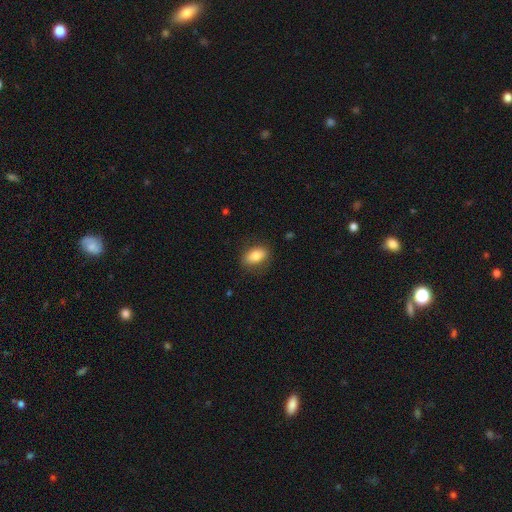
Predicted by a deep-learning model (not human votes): Smooth or featured?
  - smooth: 78% *
  - featured or disk: 14%
  - star or artifact: 8%
How rounded?
  - in between: 86% *
  - round: 10%
  - cigar-shaped: 4%
Merging?
  - none: 83% *
  - minor disturbance: 13%
  - major disturbance: 3%
  - merger: 1%